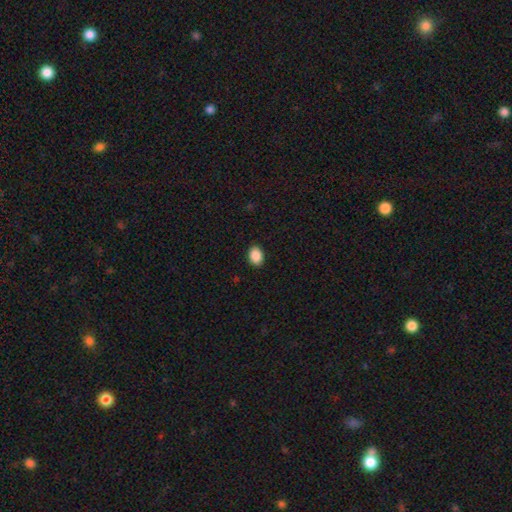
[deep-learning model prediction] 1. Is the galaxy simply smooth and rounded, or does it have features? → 90% smooth, 8% star or artifact, 3% featured or disk.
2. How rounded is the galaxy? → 75% in between, 24% round, 1% cigar-shaped.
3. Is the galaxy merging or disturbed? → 90% none, 7% minor disturbance, 2% major disturbance, 1% merger.